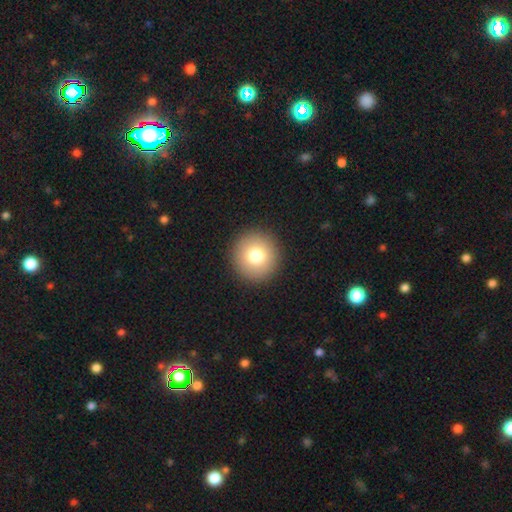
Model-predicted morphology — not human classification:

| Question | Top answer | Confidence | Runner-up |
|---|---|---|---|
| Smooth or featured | smooth | 77% | featured or disk (12%) |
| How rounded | round | 95% | in between (4%) |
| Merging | none | 93% | minor disturbance (4%) |